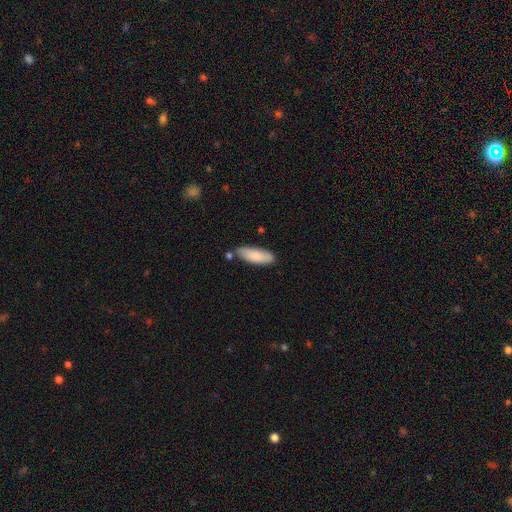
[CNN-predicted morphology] Smooth or featured?
  - smooth: 84% *
  - featured or disk: 11%
  - star or artifact: 6%
How rounded?
  - in between: 63% *
  - cigar-shaped: 35%
  - round: 2%
Merging?
  - none: 73% *
  - minor disturbance: 17%
  - merger: 7%
  - major disturbance: 3%